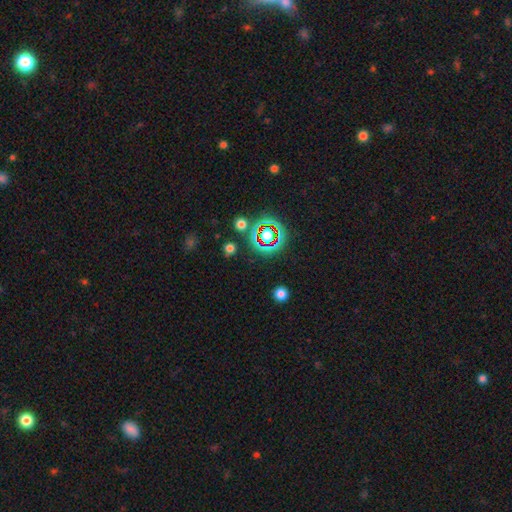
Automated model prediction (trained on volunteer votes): A star or artifact, not a galaxy (54%).

Vote fractions:
- Smooth or featured? star or artifact: 54% / smooth: 30% / featured or disk: 16%